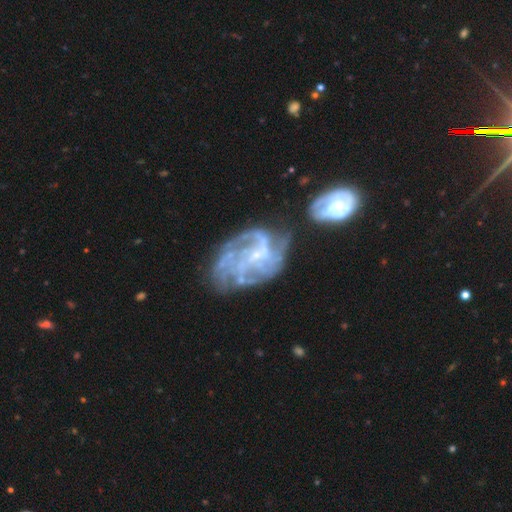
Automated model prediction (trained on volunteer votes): smooth_or_featured: featured or disk (p=0.82) [alt: smooth p=0.09]
disk_edge_on: no (p=0.98) [alt: yes p=0.02]
bar: no (p=0.50) [alt: weak p=0.39]
has_spiral_arms: yes (p=0.84) [alt: no p=0.16]
spiral_winding: medium (p=0.39) [alt: tight p=0.36]
spiral_arm_count: can't tell (p=0.40) [alt: 3 p=0.17]
bulge_size: small (p=0.69) [alt: none p=0.19]
merging: none (p=0.30) [alt: major disturbance p=0.26]